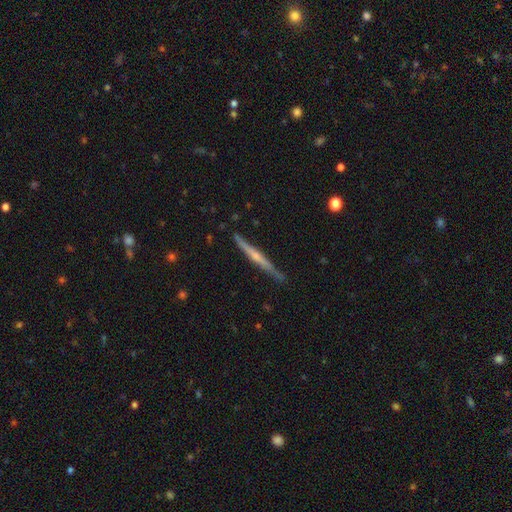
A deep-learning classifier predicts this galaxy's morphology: Smooth or featured: featured or disk — 71% (smooth — 23%)
Edge-on disk: yes — 98% (no — 2%)
Edge-on bulge: rounded — 61% (none — 31%)
Merging: none — 87% (minor disturbance — 10%)